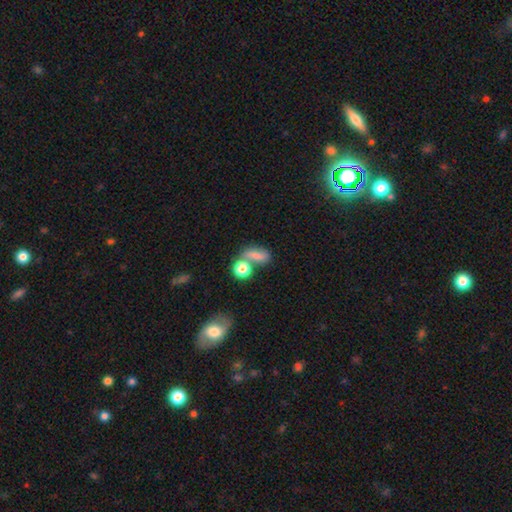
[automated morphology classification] Smooth or featured?
  - smooth: 72% *
  - featured or disk: 14%
  - star or artifact: 13%
How rounded?
  - in between: 61% *
  - round: 26%
  - cigar-shaped: 13%
Merging?
  - none: 40% *
  - merger: 34%
  - minor disturbance: 15%
  - major disturbance: 10%